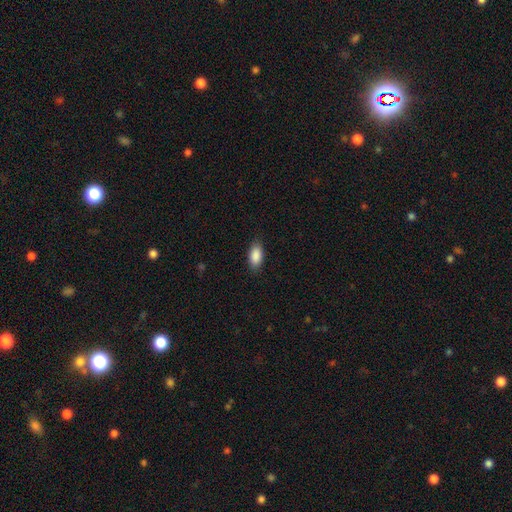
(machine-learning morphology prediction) smooth_or_featured: smooth (p=0.89) [alt: star or artifact p=0.07]
how_rounded: in between (p=0.91) [alt: cigar-shaped p=0.06]
merging: none (p=0.86) [alt: minor disturbance p=0.10]